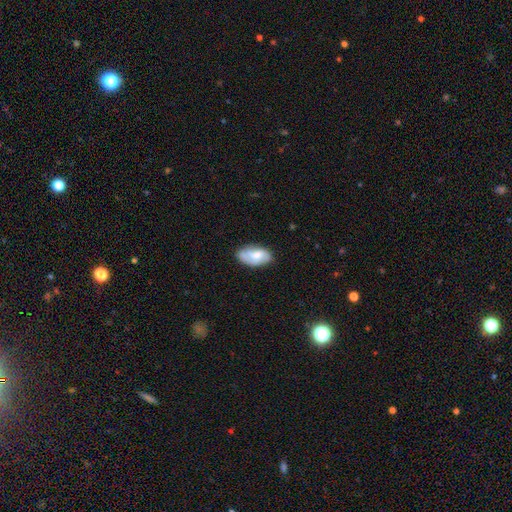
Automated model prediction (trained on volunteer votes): The model was most divided on "smooth or featured": smooth: 61%, featured or disk: 33%, star or artifact: 7%. More confident: how rounded — in between (93%); merging — none (66%).